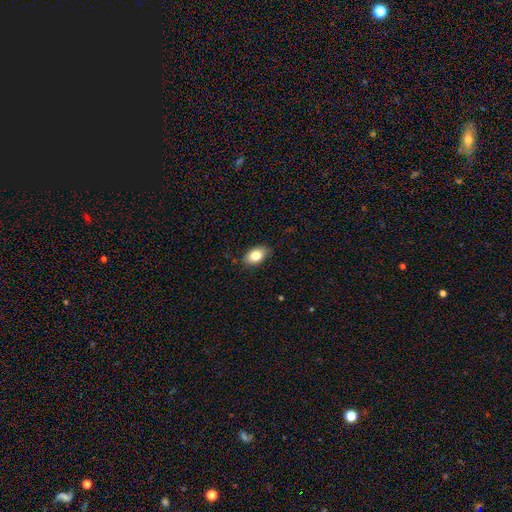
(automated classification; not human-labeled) A smooth galaxy with no disk features (81%) that is in between round and cigar-shaped (86%). Merging: none (82%).